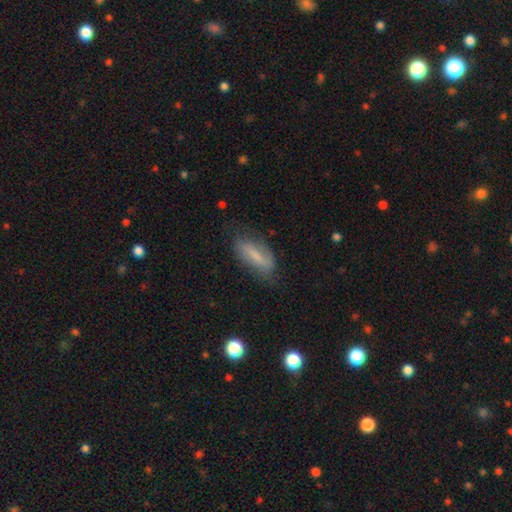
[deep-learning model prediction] Smooth or featured: smooth — 59% (featured or disk — 33%)
How rounded: in between — 67% (cigar-shaped — 30%)
Merging: none — 68% (minor disturbance — 23%)